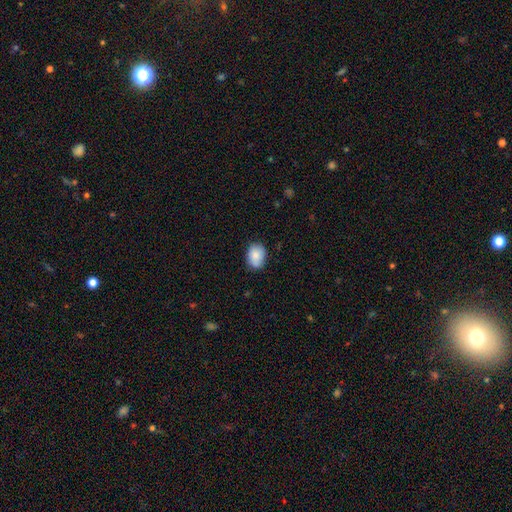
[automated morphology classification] Smooth or featured? smooth (85%)
How rounded? in between (67%)
Merging? none (76%)